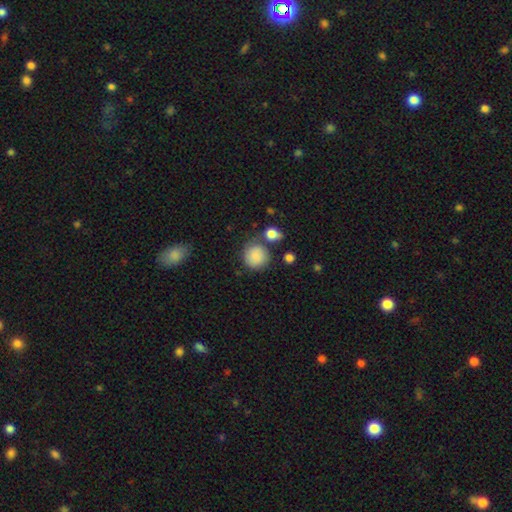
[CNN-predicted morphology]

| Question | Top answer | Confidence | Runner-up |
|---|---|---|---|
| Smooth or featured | smooth | 84% | star or artifact (8%) |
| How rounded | round | 88% | in between (11%) |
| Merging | none | 68% | minor disturbance (17%) |